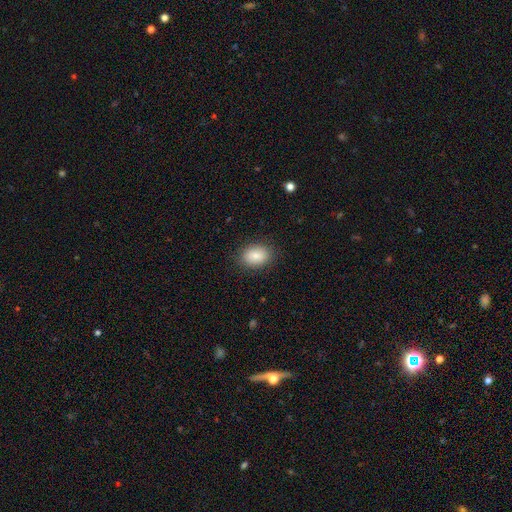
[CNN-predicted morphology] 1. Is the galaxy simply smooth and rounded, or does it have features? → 85% smooth, 8% star or artifact, 7% featured or disk.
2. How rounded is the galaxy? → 77% in between, 22% round, 1% cigar-shaped.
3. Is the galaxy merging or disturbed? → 87% none, 10% minor disturbance, 3% major disturbance, 1% merger.